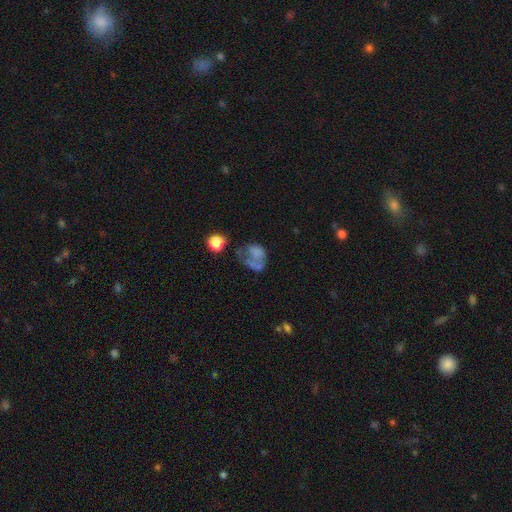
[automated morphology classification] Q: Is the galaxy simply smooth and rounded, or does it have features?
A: smooth — 48%.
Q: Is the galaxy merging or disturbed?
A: major disturbance — 39%.